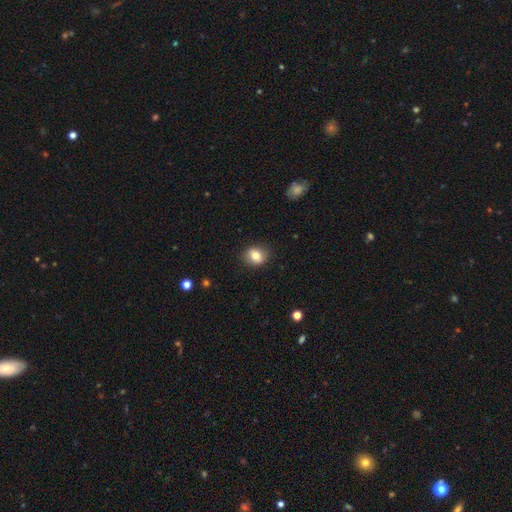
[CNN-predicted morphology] Q: Smooth or featured?
A: smooth (81%); runner-up: featured or disk (10%)
Q: How rounded?
A: round (67%); runner-up: in between (32%)
Q: Merging?
A: none (85%); runner-up: minor disturbance (11%)